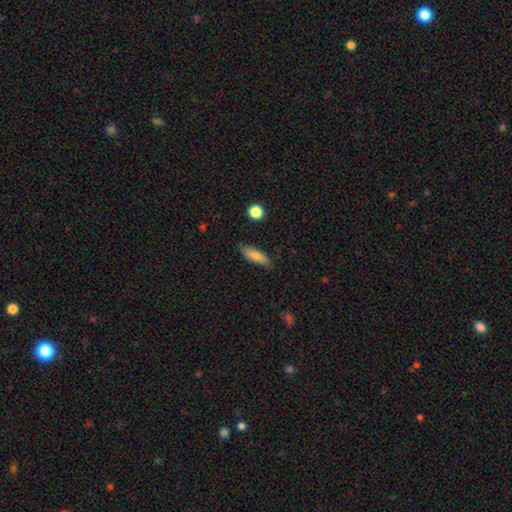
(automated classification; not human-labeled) This is likely a smooth galaxy (80%). How rounded: possibly cigar-shaped (52%). Merging: likely none (80%).